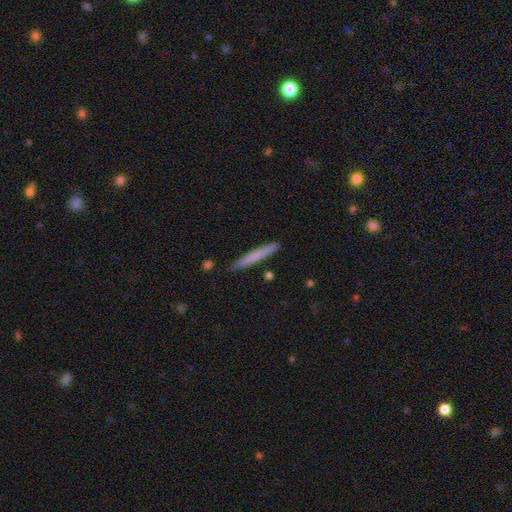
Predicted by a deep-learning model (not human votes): This is likely a smooth galaxy (70%). How rounded: clearly cigar-shaped (96%). Merging: clearly none (88%).